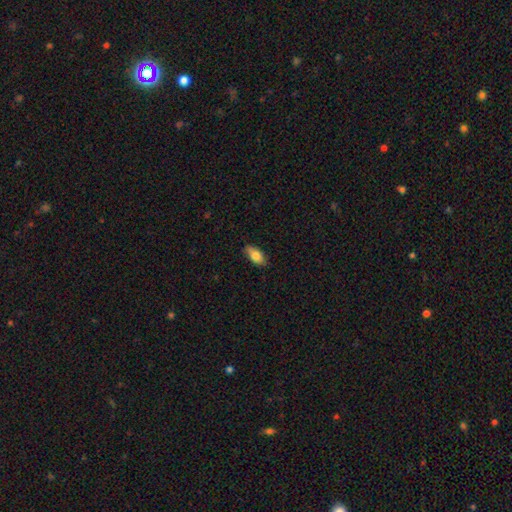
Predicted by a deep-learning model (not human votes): smooth_or_featured: smooth (p=0.80) [alt: featured or disk p=0.13]
how_rounded: in between (p=0.90) [alt: cigar-shaped p=0.07]
merging: none (p=0.83) [alt: minor disturbance p=0.14]